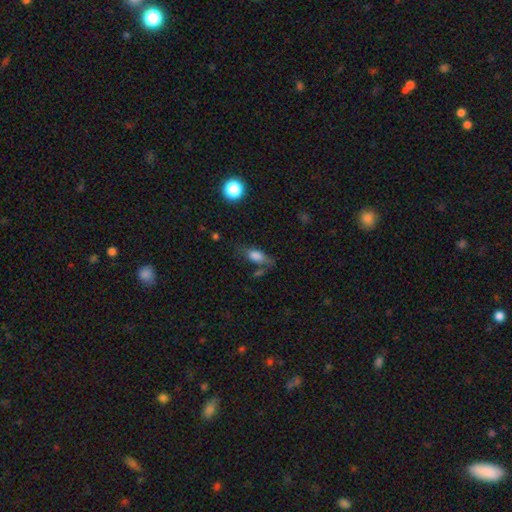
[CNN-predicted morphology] A smooth galaxy with no disk features (77%) that is in between round and cigar-shaped (80%). Merging: none (52%).